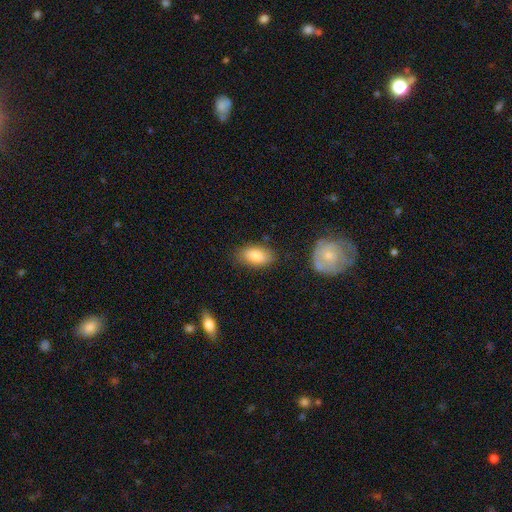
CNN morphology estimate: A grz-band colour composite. It shows a smooth galaxy with no disk features (84%) that is in between round and cigar-shaped (92%). Merging: none (78%).